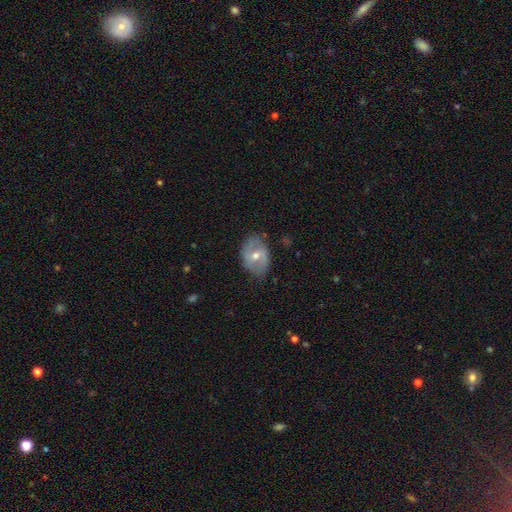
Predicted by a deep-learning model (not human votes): This is likely a featured or disk galaxy (66%). It is clearly not viewed edge-on (95%). Bar: possibly weak (46%). Spiral arm pattern: likely yes (69%). Central bulge: likely moderate (66%). Merging: likely none (76%).